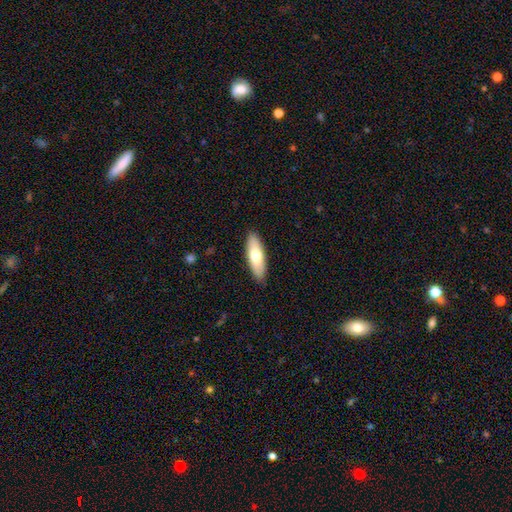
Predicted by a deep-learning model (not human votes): Smooth or featured: smooth — 68% (featured or disk — 26%)
How rounded: in between — 62% (cigar-shaped — 36%)
Merging: none — 89% (minor disturbance — 8%)